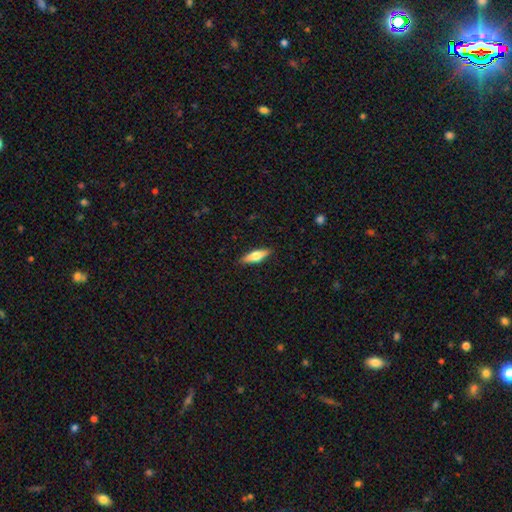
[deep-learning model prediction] This is possibly a smooth galaxy (60%). How rounded: possibly cigar-shaped (57%). Merging: clearly none (89%).